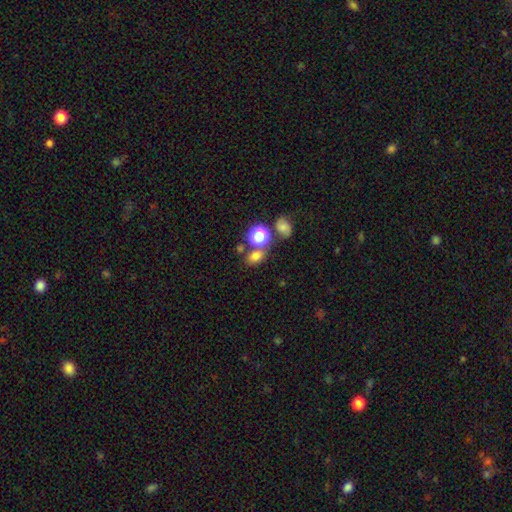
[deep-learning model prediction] A smooth galaxy with no disk features (73%) that is in between round and cigar-shaped (59%). Merging: none (62%).